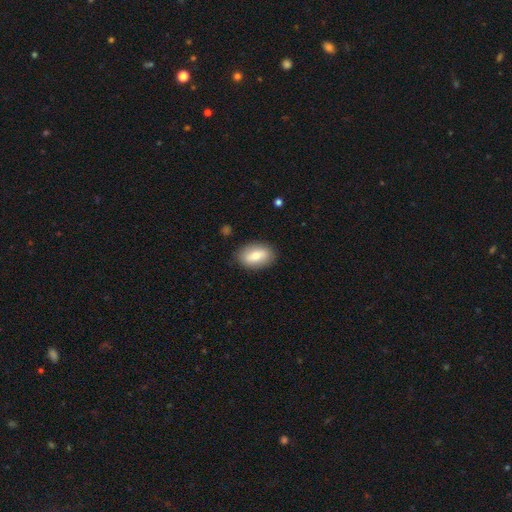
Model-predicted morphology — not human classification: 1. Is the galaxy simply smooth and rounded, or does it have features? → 75% smooth, 19% featured or disk, 7% star or artifact.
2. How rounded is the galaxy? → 89% in between, 8% round, 2% cigar-shaped.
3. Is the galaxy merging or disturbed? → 86% none, 11% minor disturbance, 3% major disturbance, 1% merger.